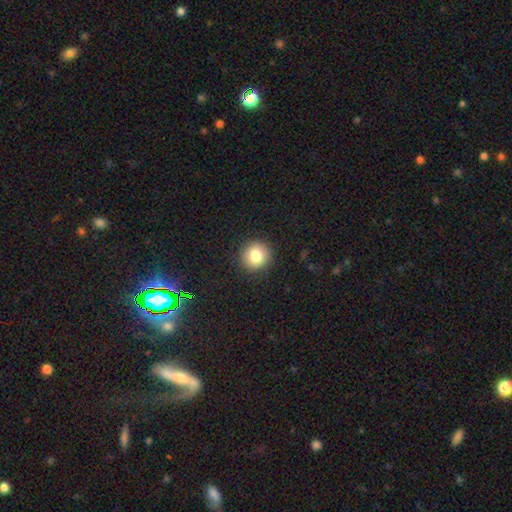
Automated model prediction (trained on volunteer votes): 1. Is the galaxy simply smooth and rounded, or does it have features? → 81% smooth, 10% star or artifact, 8% featured or disk.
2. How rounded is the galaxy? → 93% round, 6% in between, 1% cigar-shaped.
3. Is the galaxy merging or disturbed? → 90% none, 7% minor disturbance, 2% major disturbance, 1% merger.